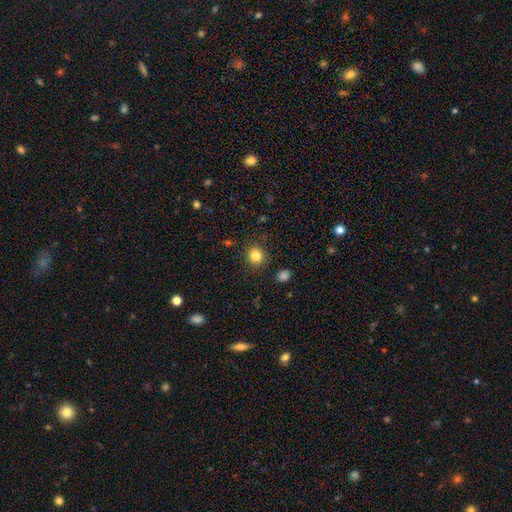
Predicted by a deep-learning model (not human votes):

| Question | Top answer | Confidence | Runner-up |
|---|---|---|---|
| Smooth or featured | smooth | 84% | star or artifact (11%) |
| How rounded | round | 86% | in between (13%) |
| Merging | none | 89% | minor disturbance (7%) |